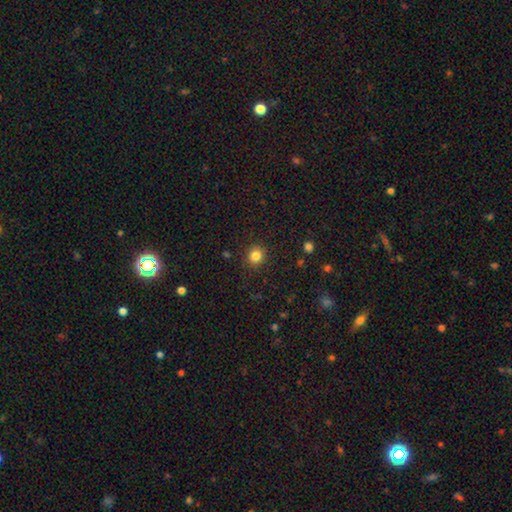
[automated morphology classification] smooth_or_featured: smooth (p=0.84) [alt: star or artifact p=0.12]
how_rounded: round (p=0.84) [alt: in between p=0.15]
merging: none (p=0.90) [alt: minor disturbance p=0.06]